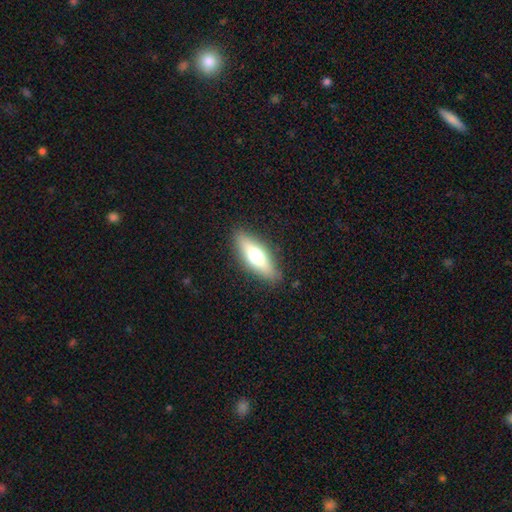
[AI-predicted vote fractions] This appears to be a smooth galaxy with no disk features (58%) that is in between round and cigar-shaped (53%). Merging: none (86%).